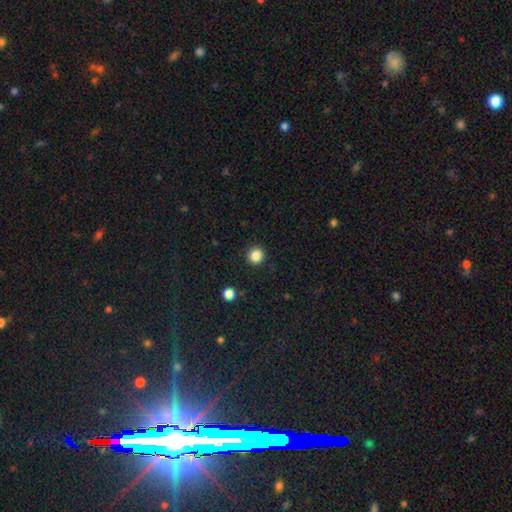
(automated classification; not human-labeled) Smooth or featured? Predicted: smooth (p=0.85). How rounded? Predicted: round (p=0.94). Merging? Predicted: none (p=0.92).